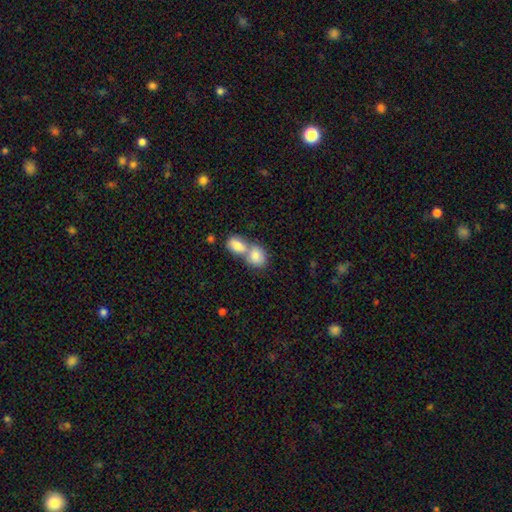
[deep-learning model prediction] Overall: smooth (82%). How rounded: in between (54%; round 45%). Merging: merger (68%).